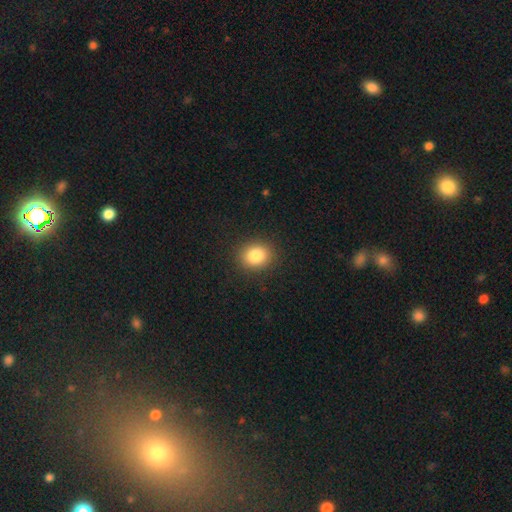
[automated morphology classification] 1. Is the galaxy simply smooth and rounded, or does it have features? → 83% smooth, 10% star or artifact, 6% featured or disk.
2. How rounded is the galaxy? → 65% round, 34% in between, 1% cigar-shaped.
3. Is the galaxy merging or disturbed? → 90% none, 7% minor disturbance, 2% major disturbance, 1% merger.